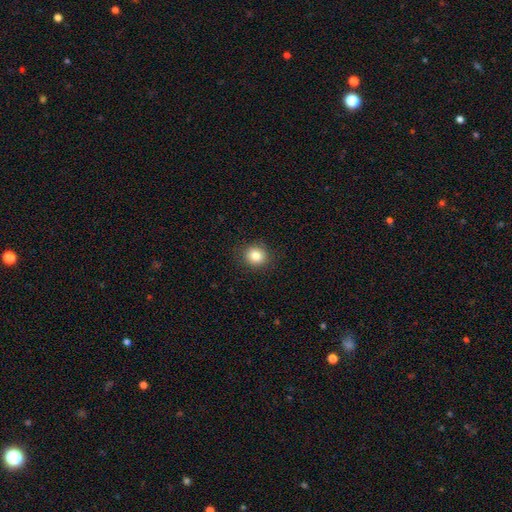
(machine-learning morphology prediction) smooth 83%, star or artifact 11%, featured or disk 7%. Down the decision tree: how rounded — round (86%); merging — none (90%).